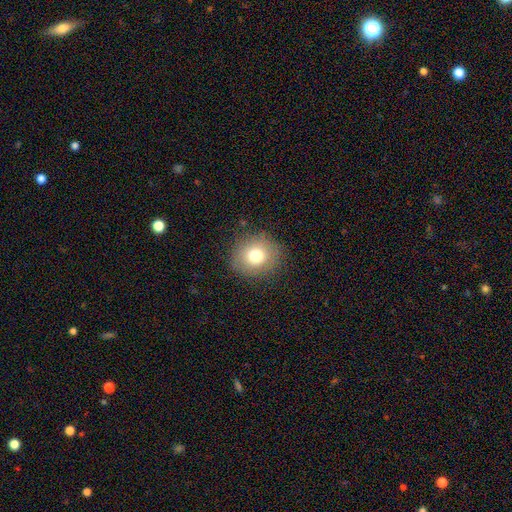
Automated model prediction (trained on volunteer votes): Smooth or featured?
  - smooth: 76% *
  - featured or disk: 12%
  - star or artifact: 12%
How rounded?
  - round: 83% *
  - in between: 16%
  - cigar-shaped: 1%
Merging?
  - none: 86% *
  - minor disturbance: 9%
  - major disturbance: 3%
  - merger: 1%